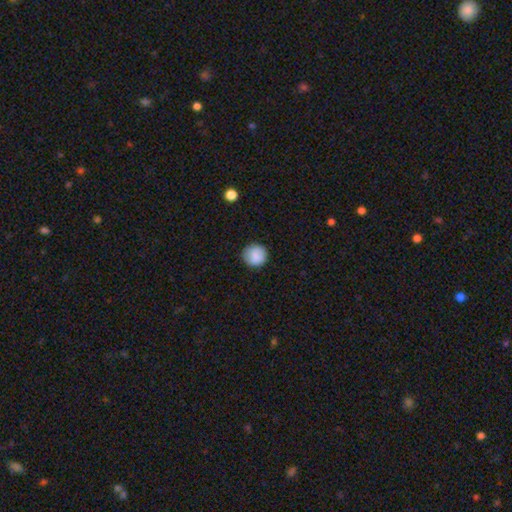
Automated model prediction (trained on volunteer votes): A smooth galaxy with no disk features (87%) that is round (94%). Merging: none (86%).